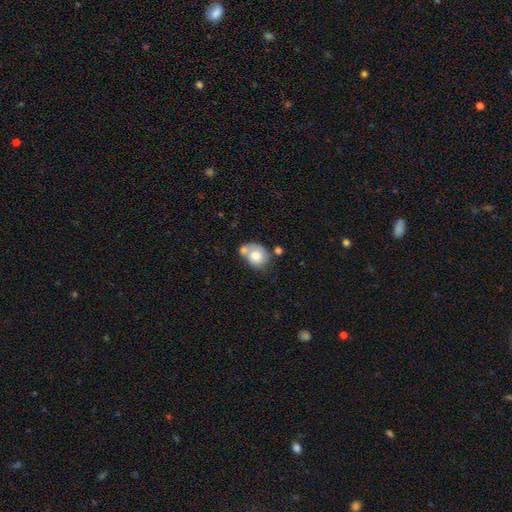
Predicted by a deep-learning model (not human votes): This is likely a smooth galaxy (72%). How rounded: likely round (65%). Merging: marginally merger (42%).